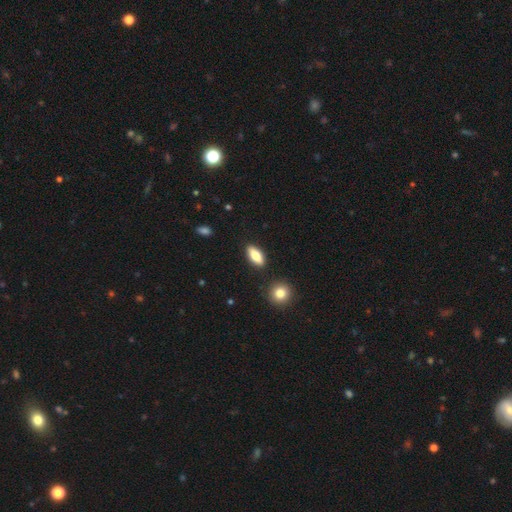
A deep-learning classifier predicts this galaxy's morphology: smooth-or-featured: smooth: 73% | featured or disk: 20% | star or artifact: 7%
  how-rounded: in between: 77% | cigar-shaped: 19% | round: 4%
  merging: none: 87% | minor disturbance: 8% | merger: 3% | major disturbance: 2%